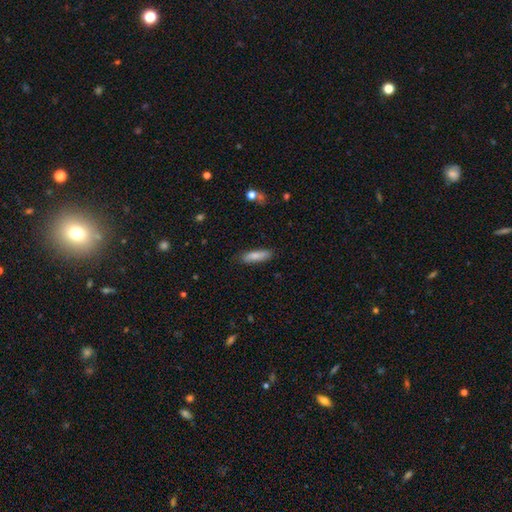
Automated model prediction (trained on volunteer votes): A smooth galaxy with no disk features (81%) that is cigar-shaped (66%). Merging: none (83%).